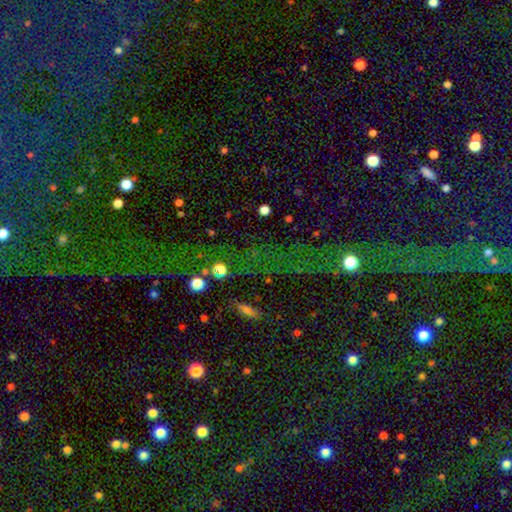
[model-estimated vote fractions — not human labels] Smooth or featured? star or artifact (75%)